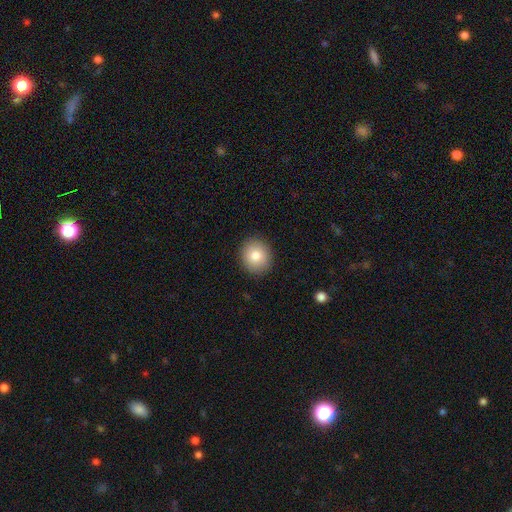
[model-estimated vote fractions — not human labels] Smooth or featured?
  - smooth: 83% *
  - featured or disk: 9%
  - star or artifact: 9%
How rounded?
  - round: 79% *
  - in between: 20%
  - cigar-shaped: 1%
Merging?
  - none: 91% *
  - minor disturbance: 6%
  - major disturbance: 2%
  - merger: 1%